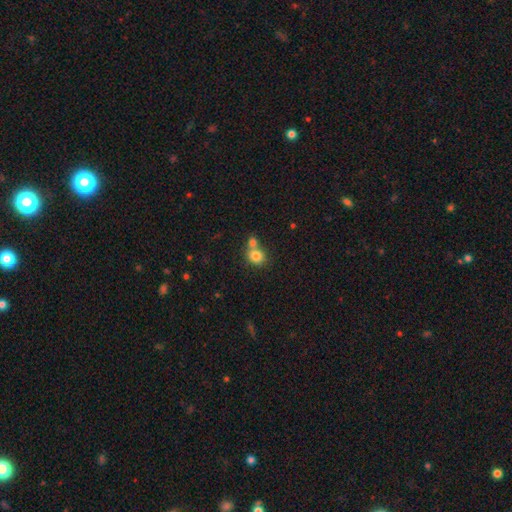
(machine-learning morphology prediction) smooth-or-featured: smooth: 82% | star or artifact: 10% | featured or disk: 8%
  how-rounded: round: 72% | in between: 27% | cigar-shaped: 1%
  merging: none: 47% | merger: 42% | minor disturbance: 8% | major disturbance: 3%